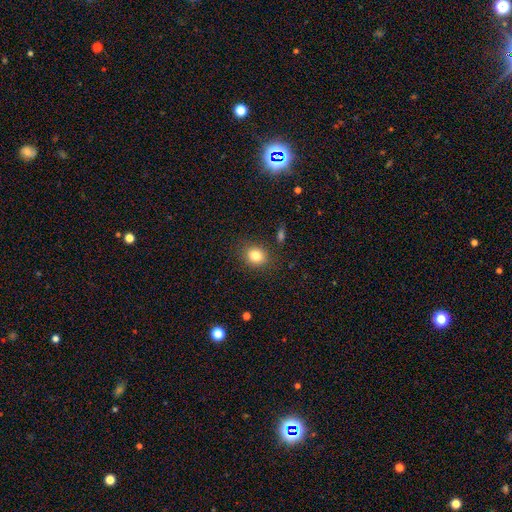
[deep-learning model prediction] This is clearly a smooth galaxy (82%). How rounded: likely round (65%). Merging: clearly none (85%).